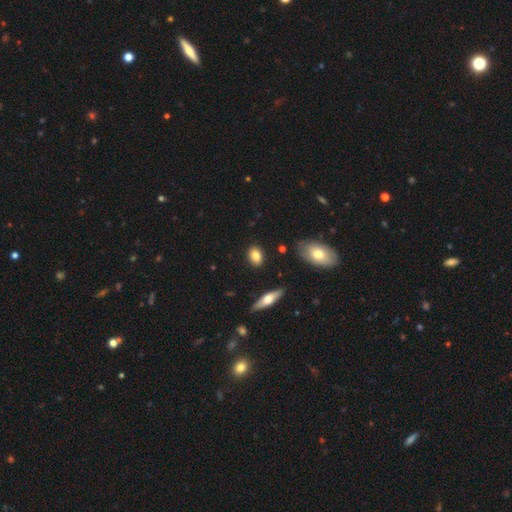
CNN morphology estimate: smooth_or_featured: smooth (p=0.83) [alt: featured or disk p=0.10]
how_rounded: in between (p=0.71) [alt: round p=0.25]
merging: none (p=0.87) [alt: minor disturbance p=0.09]